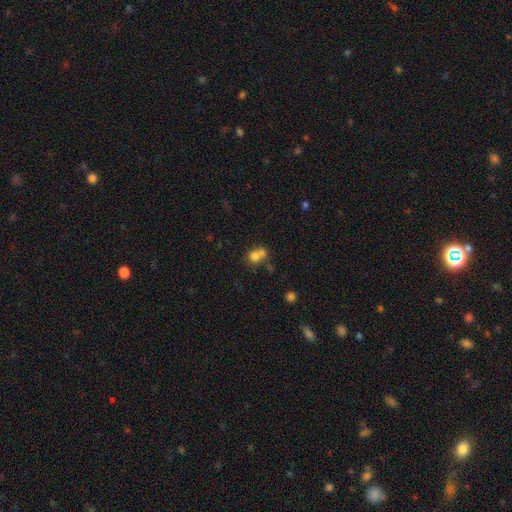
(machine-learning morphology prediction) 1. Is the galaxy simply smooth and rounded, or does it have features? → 73% smooth, 15% featured or disk, 12% star or artifact.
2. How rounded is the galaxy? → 71% round, 28% in between, 1% cigar-shaped.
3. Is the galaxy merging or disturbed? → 53% merger, 33% none, 9% minor disturbance, 5% major disturbance.